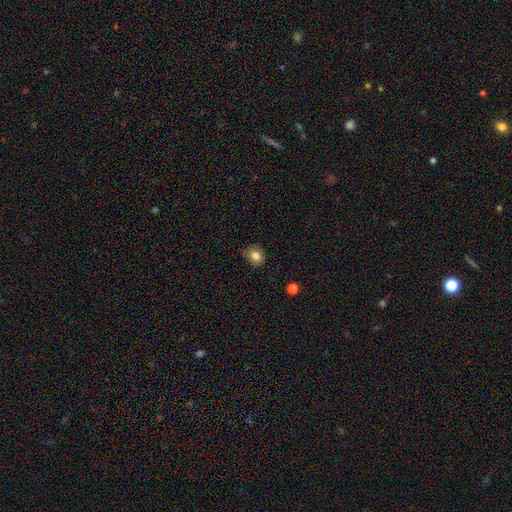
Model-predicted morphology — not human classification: This is likely a smooth galaxy (80%). How rounded: possibly round (56%). Merging: likely none (70%).